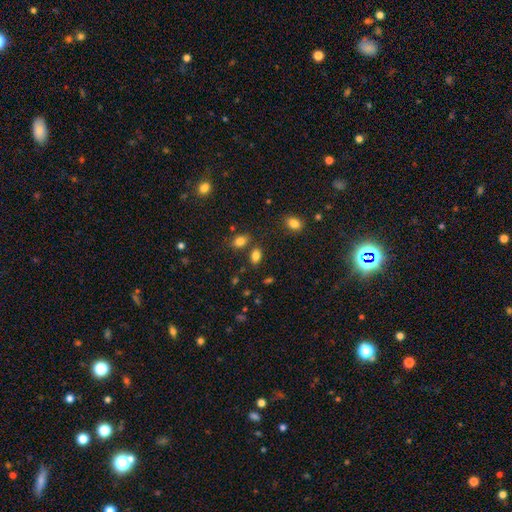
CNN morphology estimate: smooth 83%, star or artifact 11%, featured or disk 6%. Down the decision tree: how rounded — in between (87%); merging — none (75%).